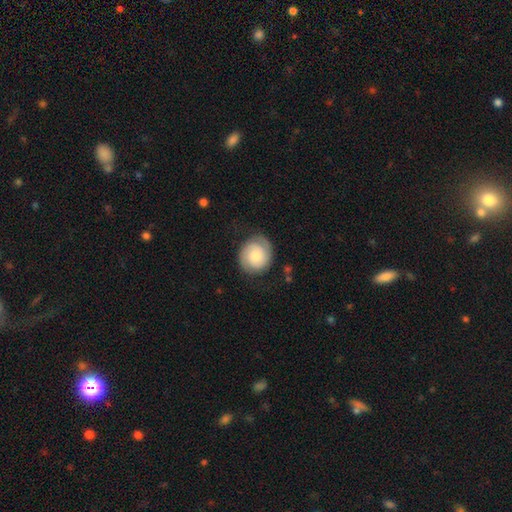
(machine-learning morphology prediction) smooth-or-featured: featured or disk: 60% | smooth: 34% | star or artifact: 7%
  disk-edge-on: no: 98% | yes: 2%
    bar: no: 75% | weak: 22% | strong: 4%
    has-spiral-arms: yes: 90% | no: 10%
      spiral-winding: tight: 64% | medium: 27% | loose: 9%
      spiral-arm-count: 2: 73% | can't tell: 13% | 1: 8% | 3: 4% | 4: 1% | more than 4: 1%
    bulge-size: moderate: 53% | small: 33% | large: 9% | none: 3% | dominant: 2%
  merging: none: 74% | minor disturbance: 18% | major disturbance: 7% | merger: 1%